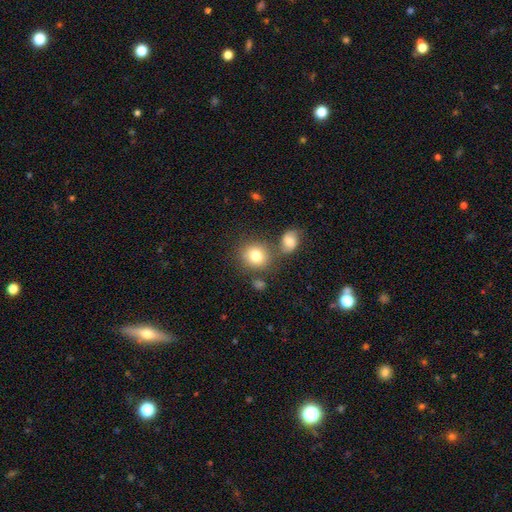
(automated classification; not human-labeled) This appears to be a smooth galaxy with no disk features (80%) that is round (81%). Merging: none (65%).